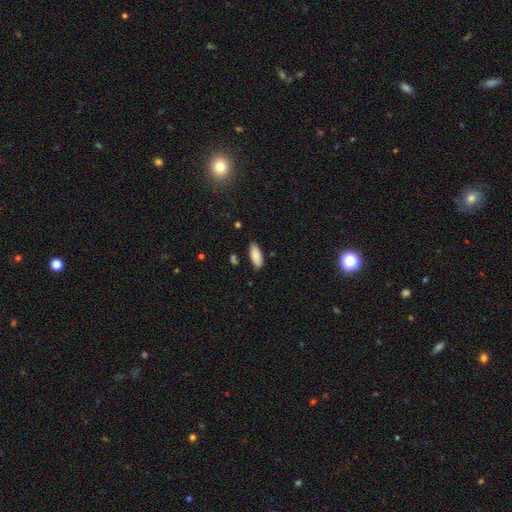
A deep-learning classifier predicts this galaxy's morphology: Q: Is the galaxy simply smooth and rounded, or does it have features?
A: smooth — 87%.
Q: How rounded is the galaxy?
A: in between — 82%.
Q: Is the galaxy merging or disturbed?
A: none — 82%.